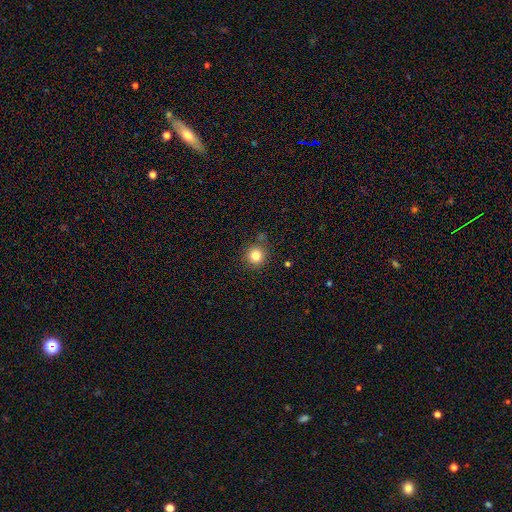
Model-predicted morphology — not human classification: smooth-or-featured: smooth: 82% | star or artifact: 12% | featured or disk: 6%
  how-rounded: round: 93% | in between: 6% | cigar-shaped: 1%
  merging: none: 82% | minor disturbance: 10% | merger: 5% | major disturbance: 3%